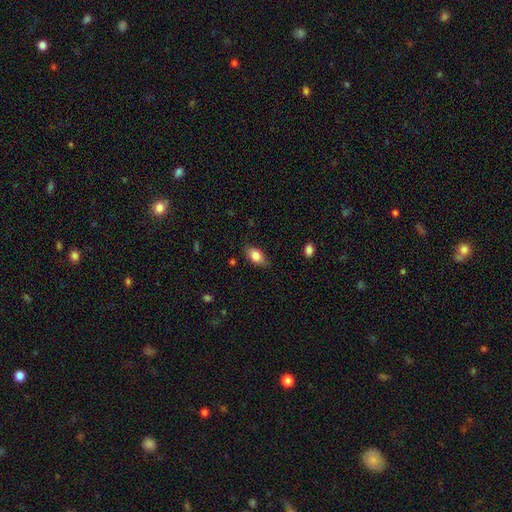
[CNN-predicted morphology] This appears to be a smooth galaxy with no disk features (81%) that is in between round and cigar-shaped (88%). Merging: none (81%).